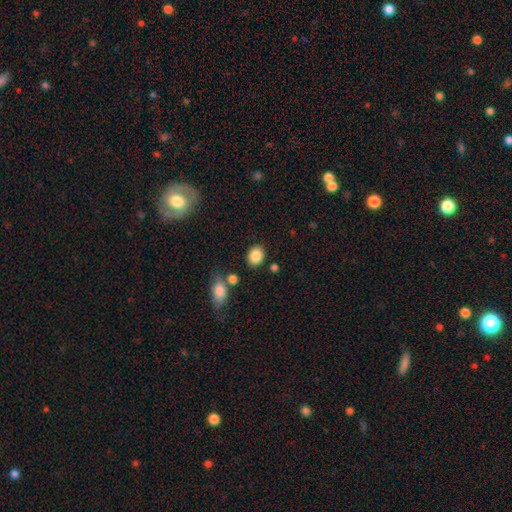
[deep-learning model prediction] The model was most divided on "how rounded": in between: 53%, round: 46%, cigar-shaped: 1%. More confident: smooth or featured — smooth (86%); merging — none (81%).